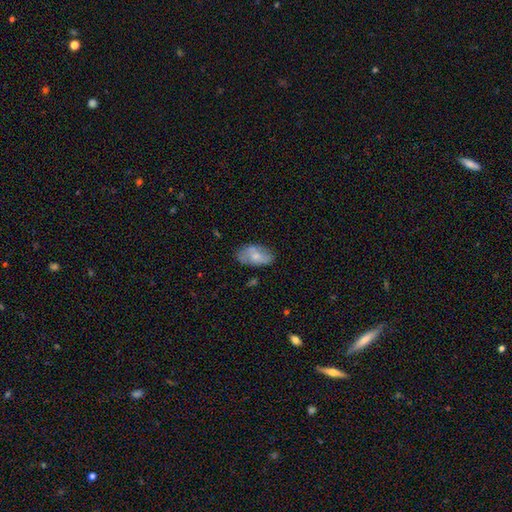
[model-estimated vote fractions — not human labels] Overall: smooth (63%; featured or disk 30%). How rounded: in between (93%). Merging: none (66%).